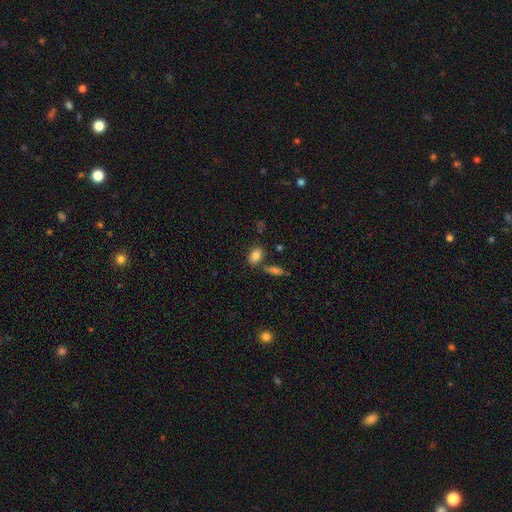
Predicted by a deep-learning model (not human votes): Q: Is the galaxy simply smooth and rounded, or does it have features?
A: smooth — 84%.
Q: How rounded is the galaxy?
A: in between — 83%.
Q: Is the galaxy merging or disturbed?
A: none — 70%.